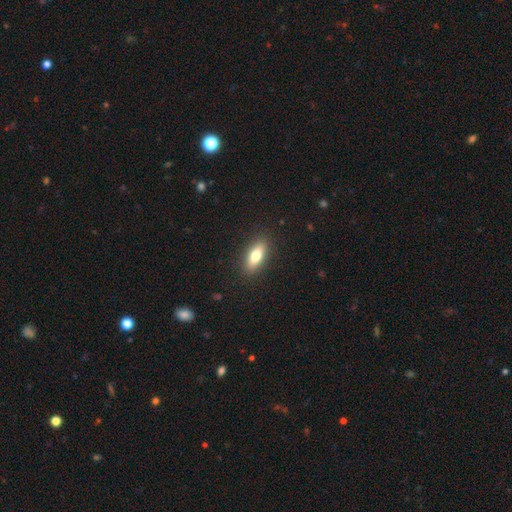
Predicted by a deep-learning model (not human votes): Overall: smooth (75%). How rounded: in between (73%). Merging: none (89%).